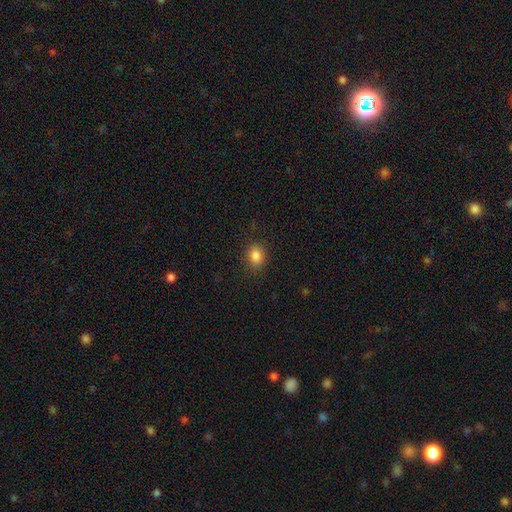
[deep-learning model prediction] smooth_or_featured: smooth (p=0.85) [alt: star or artifact p=0.11]
how_rounded: round (p=0.52) [alt: in between p=0.47]
merging: none (p=0.87) [alt: minor disturbance p=0.09]